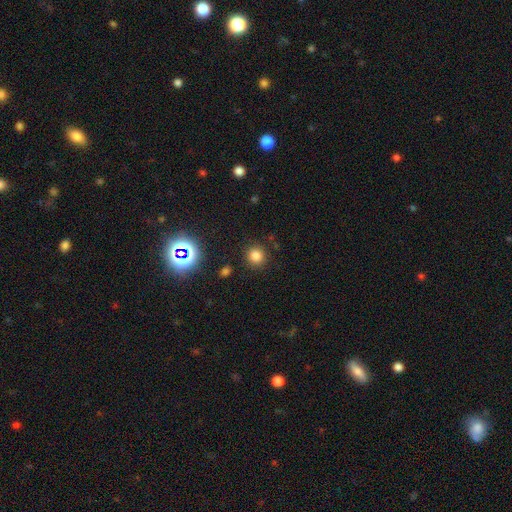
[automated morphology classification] Smooth or featured? Predicted: smooth (p=0.78). How rounded? Predicted: round (p=0.92). Merging? Predicted: none (p=0.89).